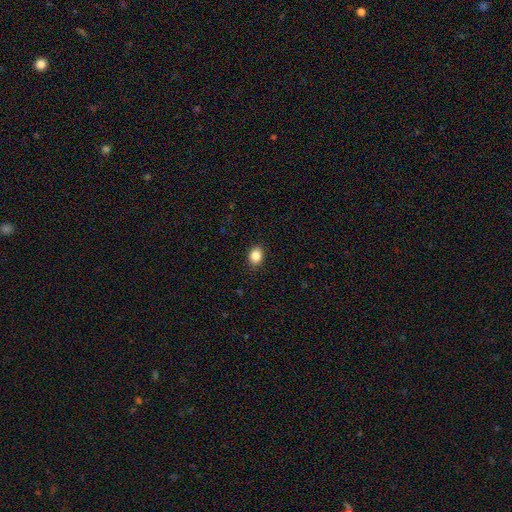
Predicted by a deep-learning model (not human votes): Smooth or featured: smooth — 86% (star or artifact — 9%)
How rounded: in between — 62% (round — 37%)
Merging: none — 89% (minor disturbance — 8%)